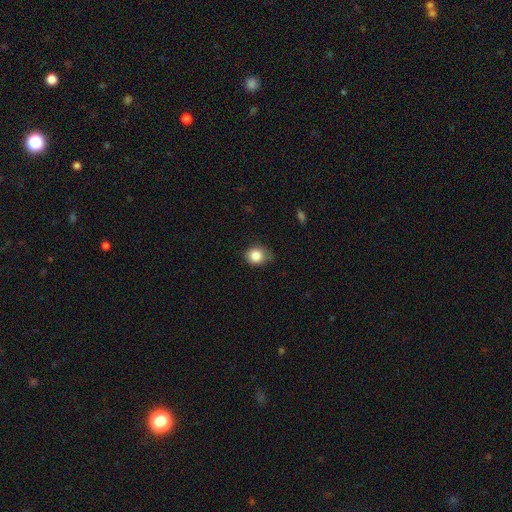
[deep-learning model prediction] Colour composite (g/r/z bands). It shows a smooth galaxy with no disk features (84%) that is round (65%). Merging: none (67%).